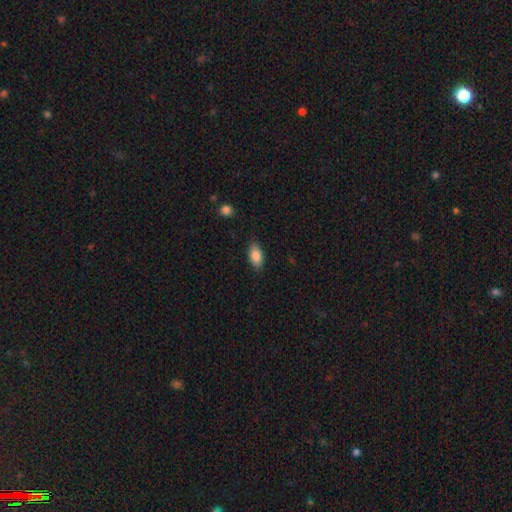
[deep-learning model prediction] Smooth or featured? smooth (86%)
How rounded? in between (90%)
Merging? none (84%)